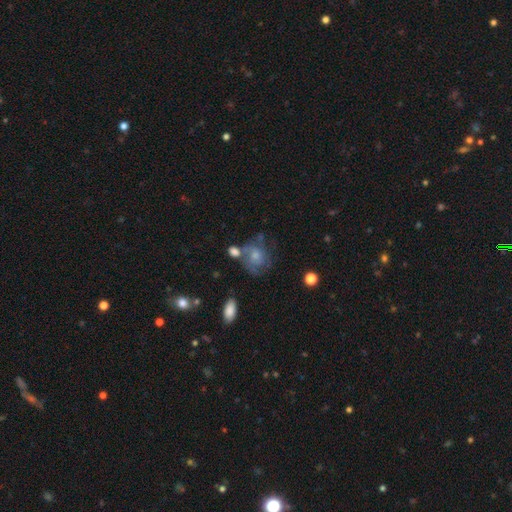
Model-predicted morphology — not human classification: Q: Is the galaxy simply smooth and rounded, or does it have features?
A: featured or disk — 51%.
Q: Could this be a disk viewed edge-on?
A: no — 97%.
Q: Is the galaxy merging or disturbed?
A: none — 45%.